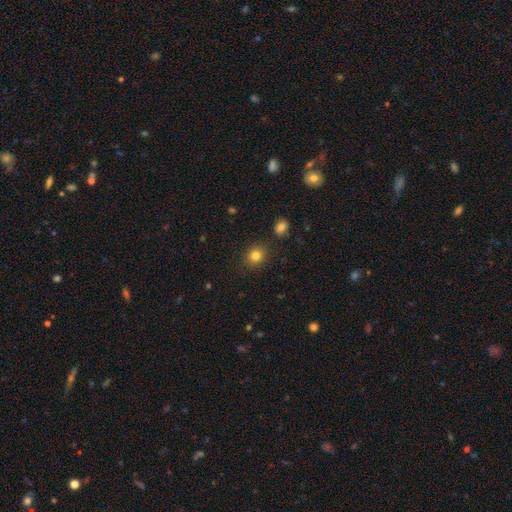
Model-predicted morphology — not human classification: Smooth or featured? smooth (81%)
How rounded? round (73%)
Merging? none (87%)